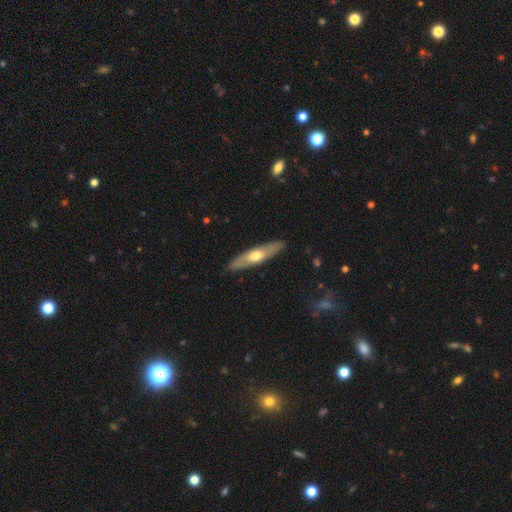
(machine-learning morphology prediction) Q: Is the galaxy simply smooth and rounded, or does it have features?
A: featured or disk — 49%.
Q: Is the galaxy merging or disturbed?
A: none — 89%.